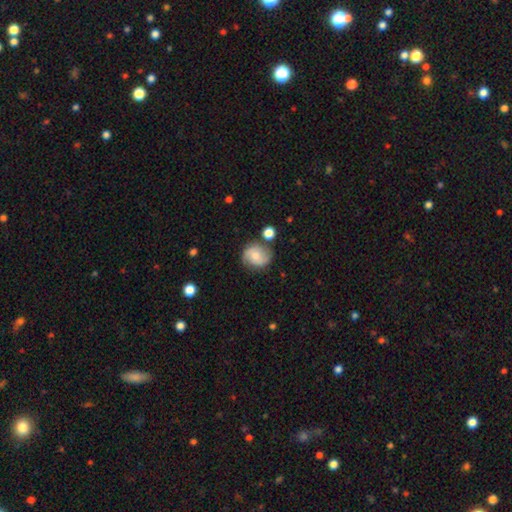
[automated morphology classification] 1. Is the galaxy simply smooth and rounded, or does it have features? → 48% featured or disk, 43% smooth, 9% star or artifact.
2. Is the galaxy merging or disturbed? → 72% none, 17% minor disturbance, 6% merger, 5% major disturbance.